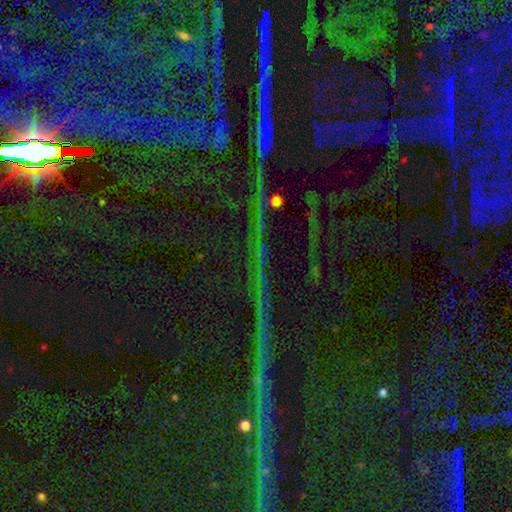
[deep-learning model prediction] The model was most divided on "smooth or featured": star or artifact: 80%, featured or disk: 12%, smooth: 8%.